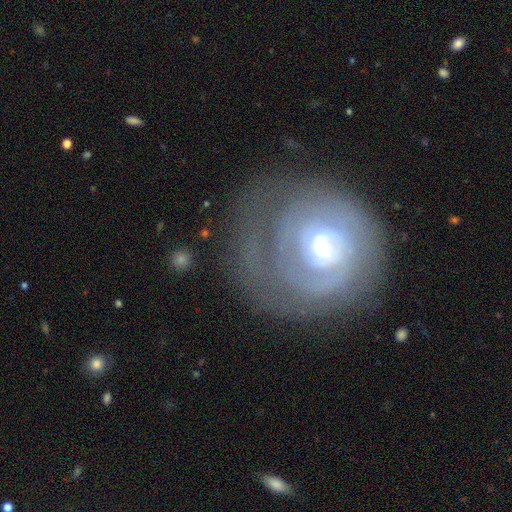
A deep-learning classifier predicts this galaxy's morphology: featured or disk 78%, smooth 15%, star or artifact 7%. Down the decision tree: edge-on disk — no (97%); bar — weak (46%); spiral arms — yes (83%); spiral arm count — can't tell (45%); spiral winding — tight (77%); bulge size — moderate (57%); merging — none (68%).